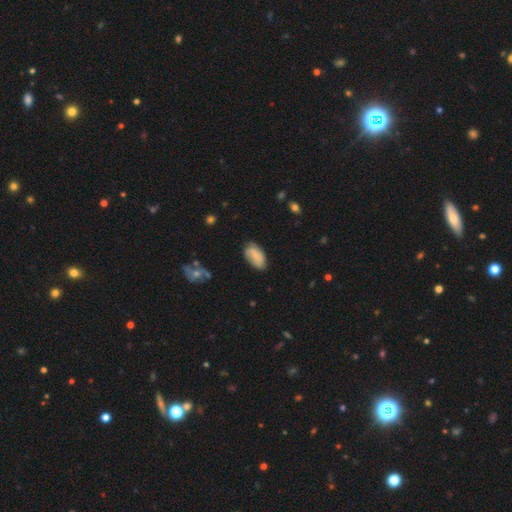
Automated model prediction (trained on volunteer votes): smooth_or_featured: smooth (p=0.75) [alt: featured or disk p=0.17]
how_rounded: in between (p=0.94) [alt: round p=0.03]
merging: none (p=0.69) [alt: minor disturbance p=0.24]